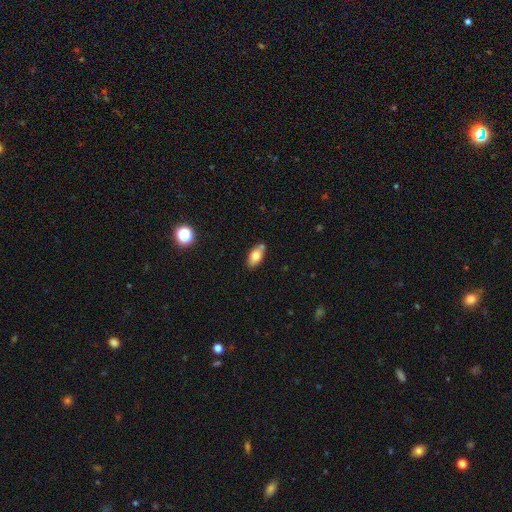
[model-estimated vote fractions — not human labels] Morphology: type=smooth (77%); roundness=in between (90%); merging=none (70%).